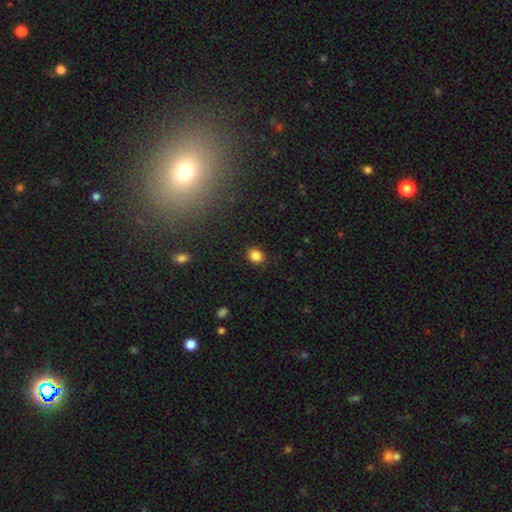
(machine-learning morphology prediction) Smooth or featured? Predicted: smooth (p=0.85). How rounded? Predicted: round (p=0.58). Merging? Predicted: none (p=0.86).